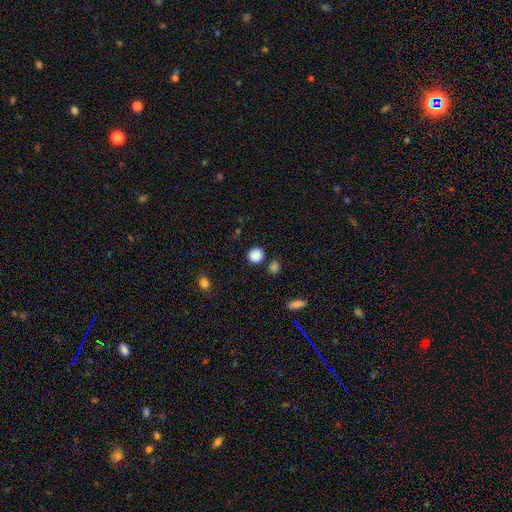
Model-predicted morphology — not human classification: Smooth or featured? smooth (87%)
How rounded? round (90%)
Merging? none (83%)